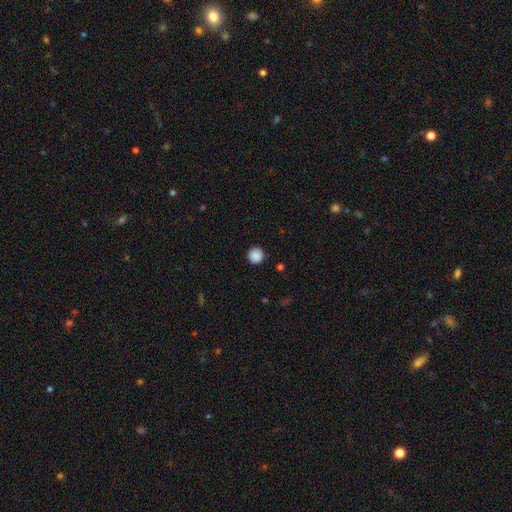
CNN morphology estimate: This is clearly a smooth galaxy (89%). How rounded: clearly round (96%). Merging: clearly none (92%).